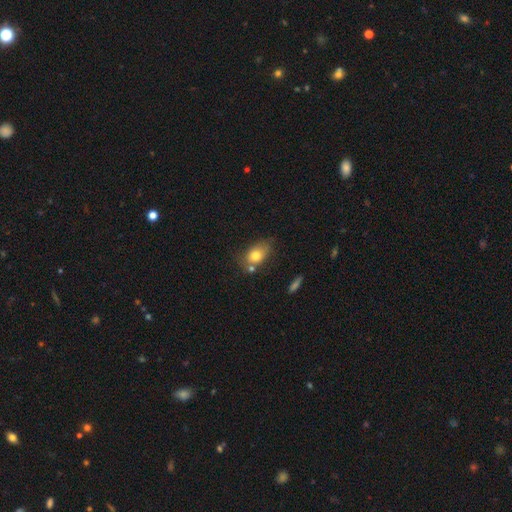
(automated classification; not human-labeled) Smooth or featured: smooth — 76% (featured or disk — 15%)
How rounded: in between — 76% (round — 22%)
Merging: none — 57% (minor disturbance — 23%)